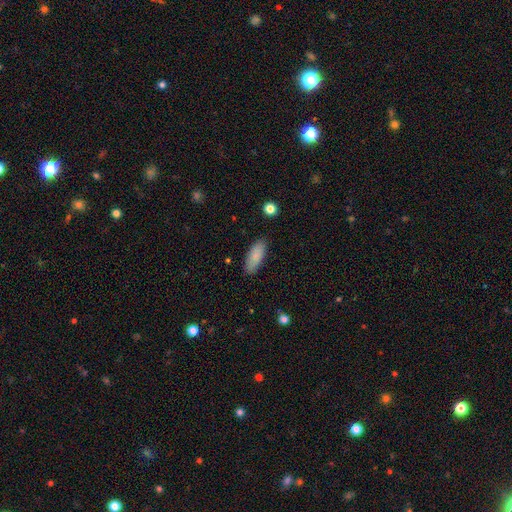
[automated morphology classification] This appears to be a smooth galaxy with no disk features (87%) that is in between round and cigar-shaped (74%). Merging: none (87%).